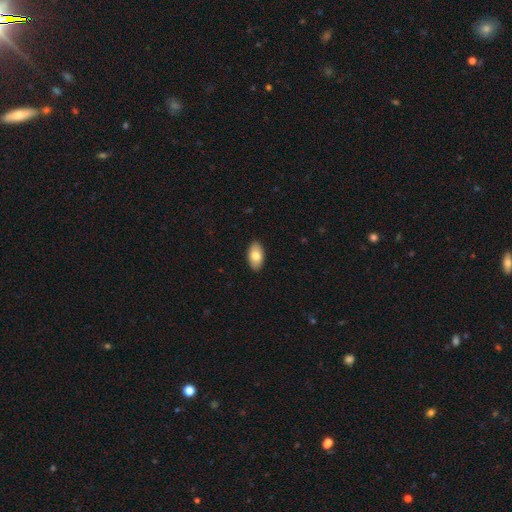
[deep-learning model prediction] Smooth or featured?
  - smooth: 79% *
  - featured or disk: 14%
  - star or artifact: 6%
How rounded?
  - in between: 94% *
  - round: 3%
  - cigar-shaped: 2%
Merging?
  - none: 89% *
  - minor disturbance: 8%
  - major disturbance: 2%
  - merger: 1%